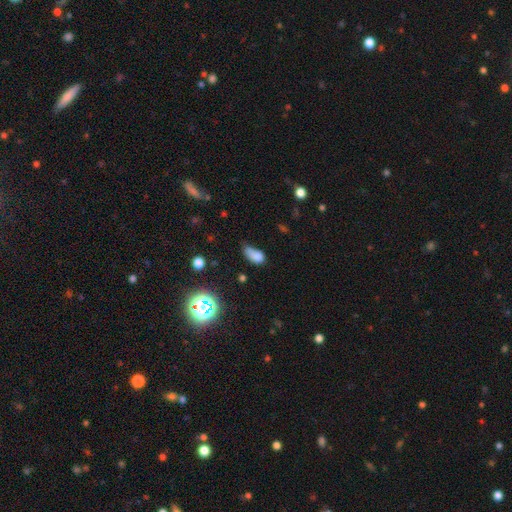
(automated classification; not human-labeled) Smooth or featured? Predicted: smooth (p=0.74). How rounded? Predicted: in between (p=0.84). Merging? Predicted: minor disturbance (p=0.37).